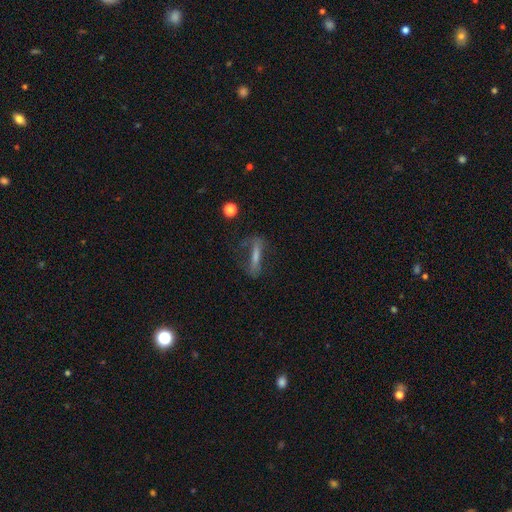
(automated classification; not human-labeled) smooth-or-featured: featured or disk: 48% | smooth: 37% | star or artifact: 14%
  merging: none: 59% | minor disturbance: 19% | major disturbance: 19% | merger: 3%